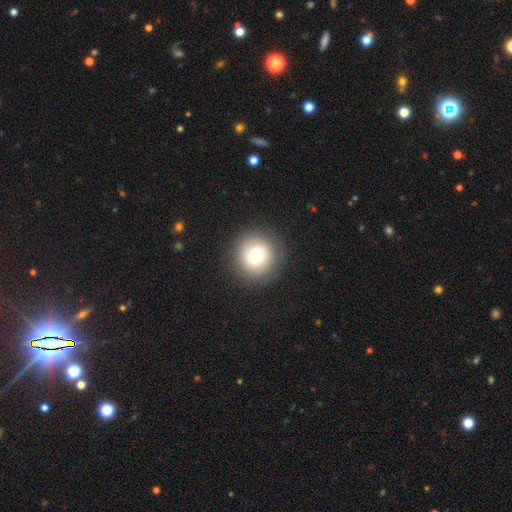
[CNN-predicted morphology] Smooth or featured: smooth — 67% (featured or disk — 23%)
How rounded: round — 92% (in between — 7%)
Merging: none — 87% (minor disturbance — 8%)